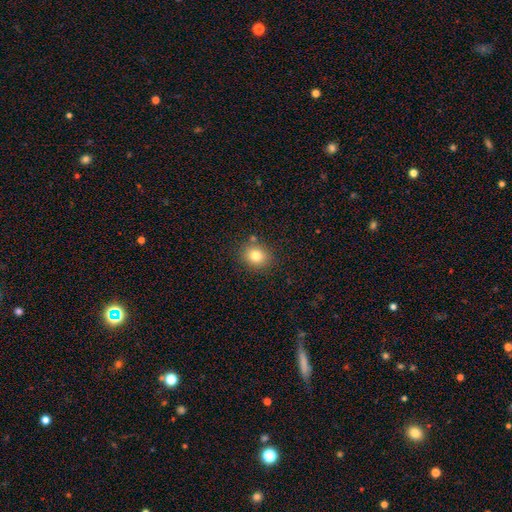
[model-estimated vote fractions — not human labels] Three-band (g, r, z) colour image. It shows a smooth galaxy with no disk features (80%) that is round (73%). Merging: none (83%).